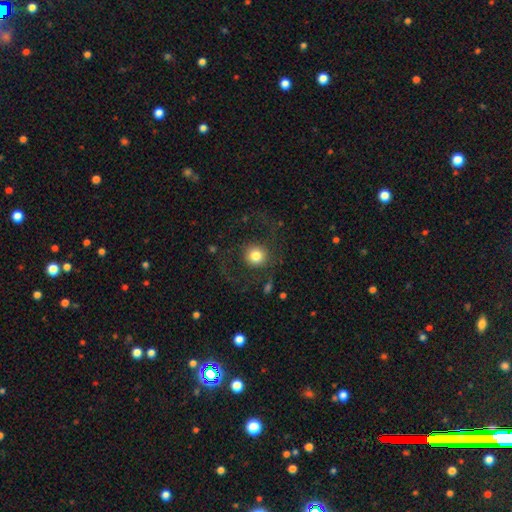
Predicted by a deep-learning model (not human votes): smooth_or_featured: smooth (p=0.69) [alt: featured or disk p=0.21]
how_rounded: round (p=0.91) [alt: in between p=0.08]
merging: none (p=0.68) [alt: major disturbance p=0.18]